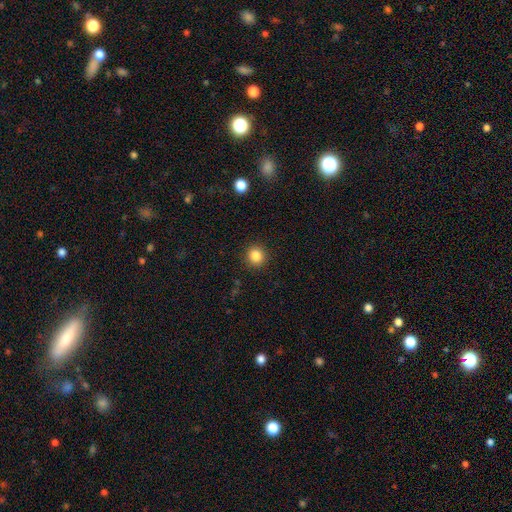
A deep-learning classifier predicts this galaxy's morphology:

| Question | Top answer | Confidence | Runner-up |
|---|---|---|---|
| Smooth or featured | smooth | 85% | star or artifact (11%) |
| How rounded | round | 91% | in between (8%) |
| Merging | none | 91% | minor disturbance (6%) |